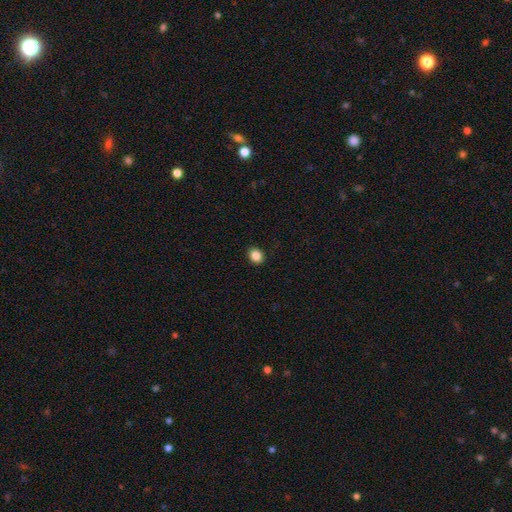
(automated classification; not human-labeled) Overall: smooth (86%). How rounded: round (59%; in between 40%). Merging: none (91%).